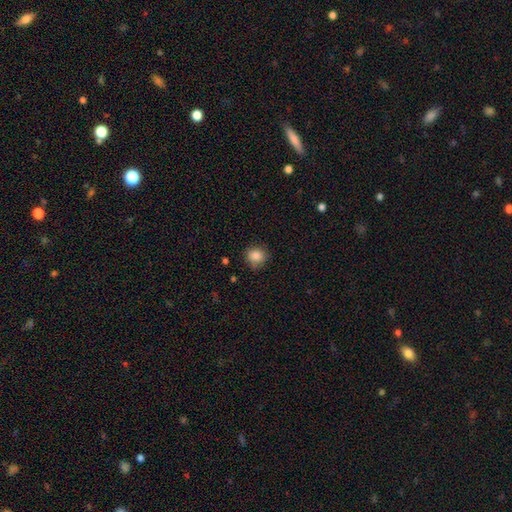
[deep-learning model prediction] This appears to be a smooth galaxy with no disk features (85%) that is round (87%). Merging: none (80%).